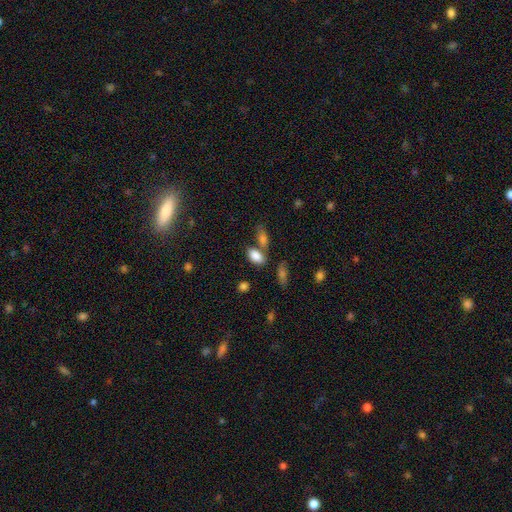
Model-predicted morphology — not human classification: Smooth or featured? smooth (84%)
How rounded? in between (90%)
Merging? none (59%)